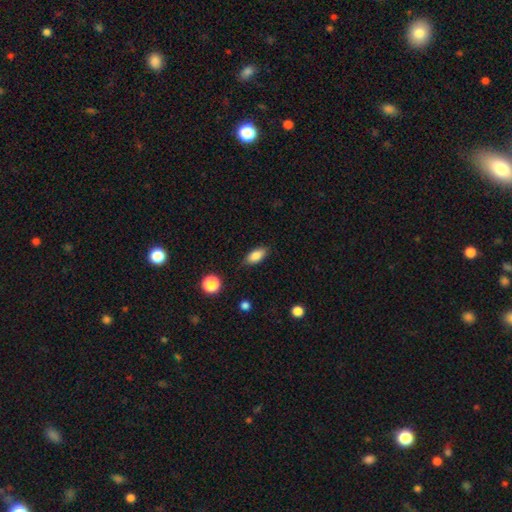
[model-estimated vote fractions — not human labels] This appears to be a smooth galaxy with no disk features (84%) that is in between round and cigar-shaped (86%). Merging: none (84%).